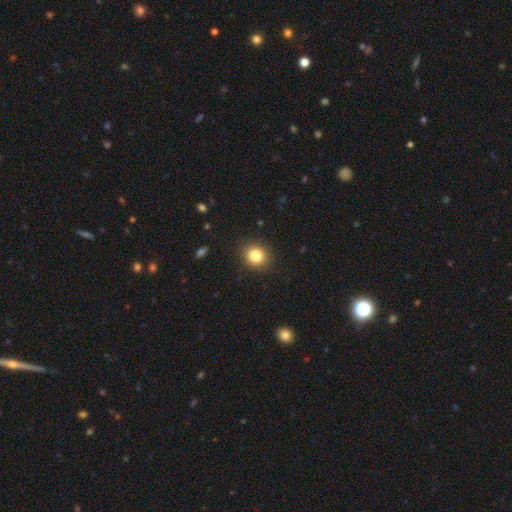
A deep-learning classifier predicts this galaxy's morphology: This appears to be a smooth galaxy with no disk features (83%) that is round (83%). Merging: none (90%).